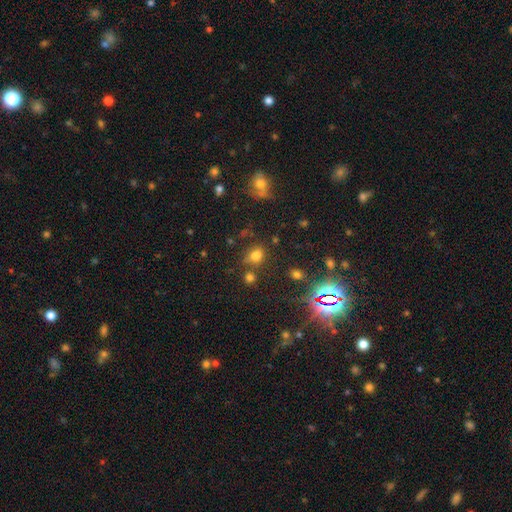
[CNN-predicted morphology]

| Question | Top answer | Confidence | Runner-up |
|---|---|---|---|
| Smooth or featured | smooth | 71% | star or artifact (22%) |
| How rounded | in between | 55% | round (43%) |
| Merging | none | 64% | minor disturbance (16%) |